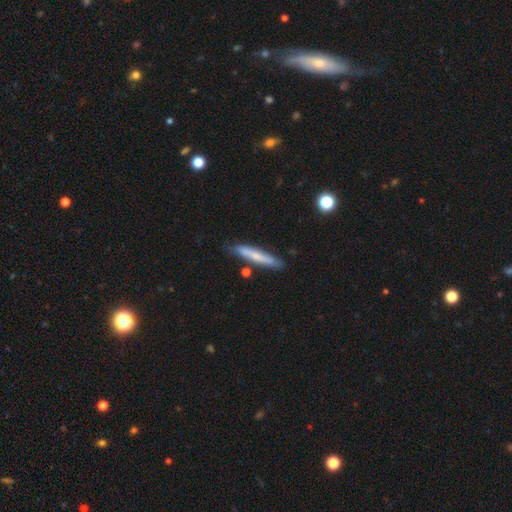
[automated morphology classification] Smooth or featured?
  - smooth: 57% *
  - featured or disk: 37%
  - star or artifact: 6%
How rounded?
  - cigar-shaped: 93% *
  - in between: 6%
  - round: 1%
Merging?
  - none: 77% *
  - minor disturbance: 15%
  - merger: 5%
  - major disturbance: 3%